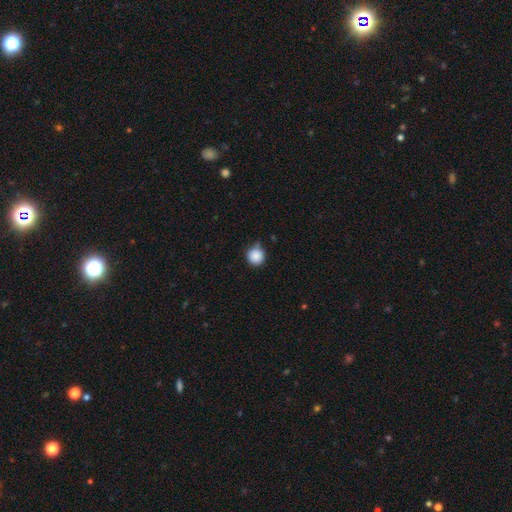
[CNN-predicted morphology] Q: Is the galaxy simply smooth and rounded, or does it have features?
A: smooth — 88%.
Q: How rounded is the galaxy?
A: round — 94%.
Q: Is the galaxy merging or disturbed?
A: none — 77%.